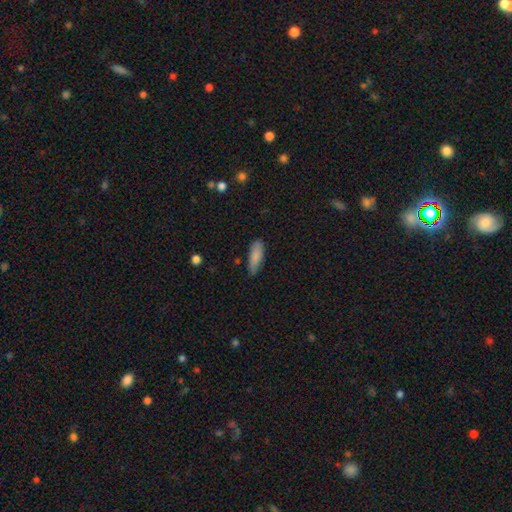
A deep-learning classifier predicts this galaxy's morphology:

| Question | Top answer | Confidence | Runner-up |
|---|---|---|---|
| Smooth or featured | smooth | 86% | featured or disk (8%) |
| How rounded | in between | 60% | cigar-shaped (39%) |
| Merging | none | 75% | minor disturbance (20%) |